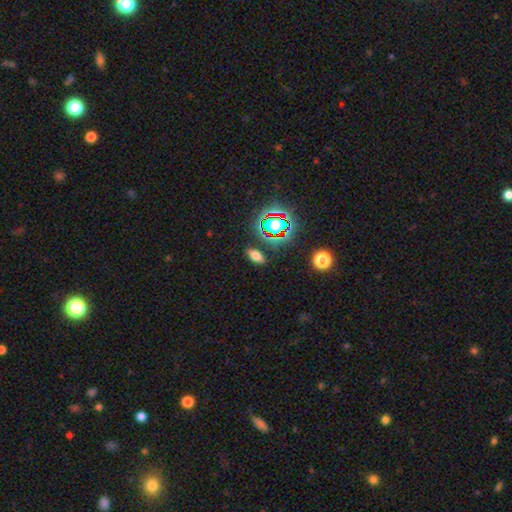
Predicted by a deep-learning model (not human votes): This is likely a smooth galaxy (67%). How rounded: clearly in between (81%). Merging: clearly none (86%).